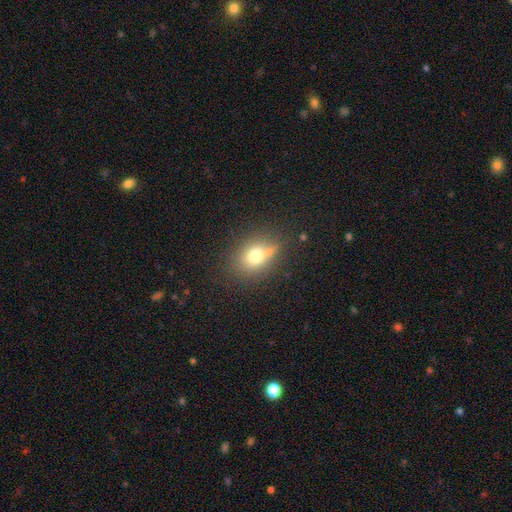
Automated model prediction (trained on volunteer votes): Smooth or featured? Predicted: smooth (p=0.73). How rounded? Predicted: in between (p=0.61). Merging? Predicted: none (p=0.61).